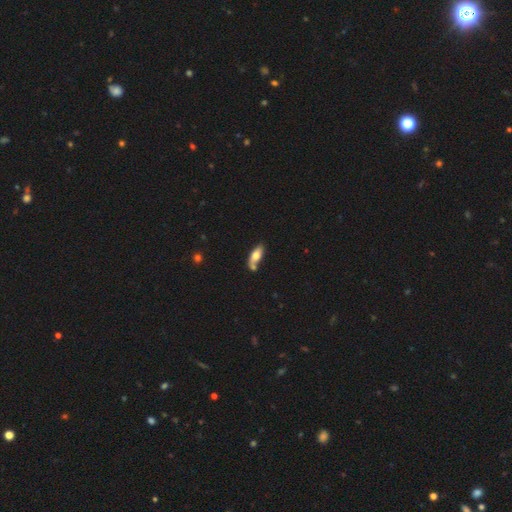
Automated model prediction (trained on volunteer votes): smooth_or_featured: smooth (p=0.66) [alt: featured or disk p=0.28]
how_rounded: in between (p=0.75) [alt: cigar-shaped p=0.22]
merging: none (p=0.55) [alt: merger p=0.20]